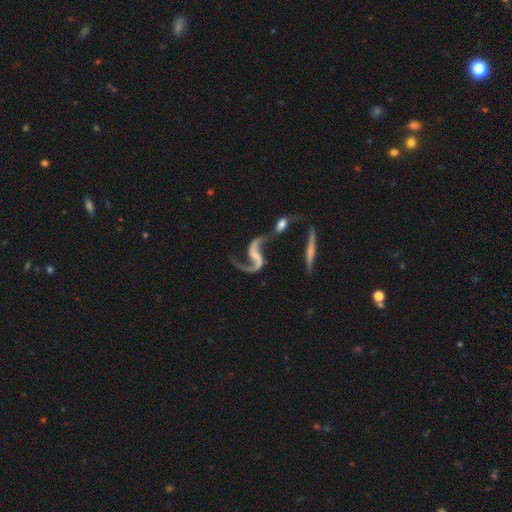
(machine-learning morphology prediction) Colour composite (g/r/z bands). It shows a featured or disk galaxy (89%) with no bar (43%), 2 (86%) loose (85%) spiral arms (94%) and no central bulge (57%). Merging: none (43%).